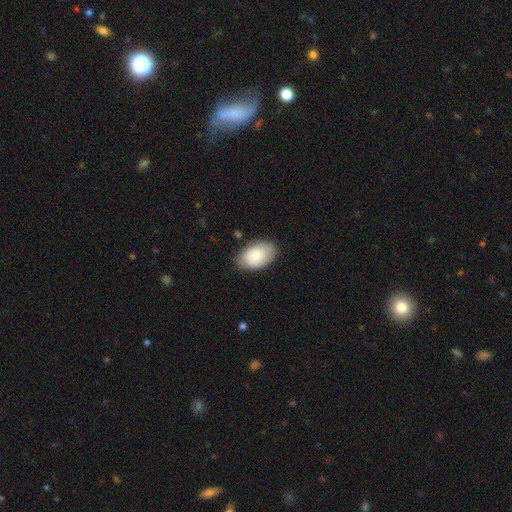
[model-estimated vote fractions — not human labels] Overall: smooth (82%). How rounded: in between (91%). Merging: none (80%).